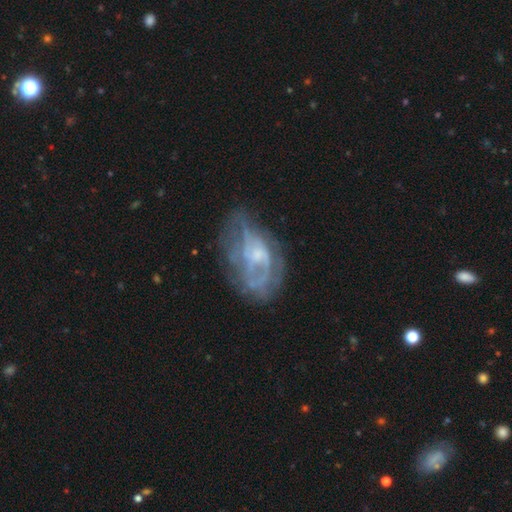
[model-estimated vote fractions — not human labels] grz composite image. It shows a featured or disk galaxy (72%) with no bar (71%), spiral arms (56%) and a small central bulge (50%). Merging: none (51%).